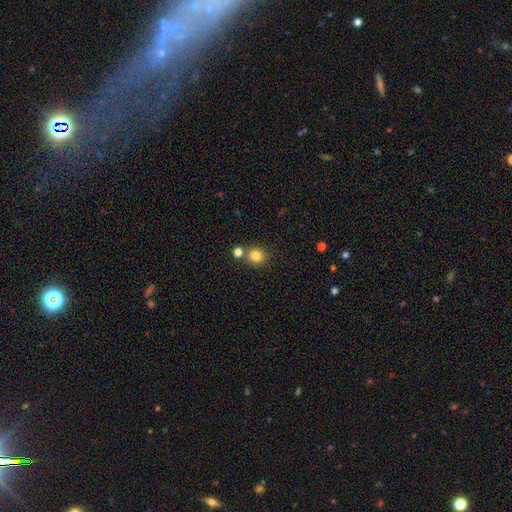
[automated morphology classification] Overall: smooth (82%). How rounded: round (87%). Merging: none (71%).